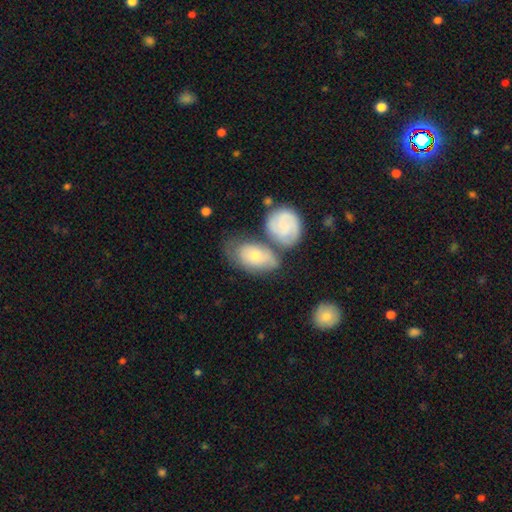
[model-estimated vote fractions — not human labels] Smooth or featured?
  - smooth: 55% *
  - featured or disk: 38%
  - star or artifact: 6%
How rounded?
  - in between: 84% *
  - round: 14%
  - cigar-shaped: 3%
Merging?
  - none: 37% *
  - merger: 32%
  - minor disturbance: 21%
  - major disturbance: 11%